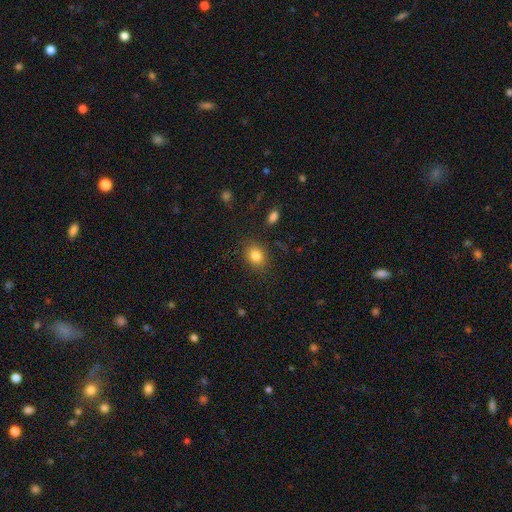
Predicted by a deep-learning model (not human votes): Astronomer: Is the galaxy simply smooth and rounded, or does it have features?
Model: smooth — 82%.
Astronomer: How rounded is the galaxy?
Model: round — 56% (runner-up: in between, 43%).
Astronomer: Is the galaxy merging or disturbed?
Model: none — 84%.